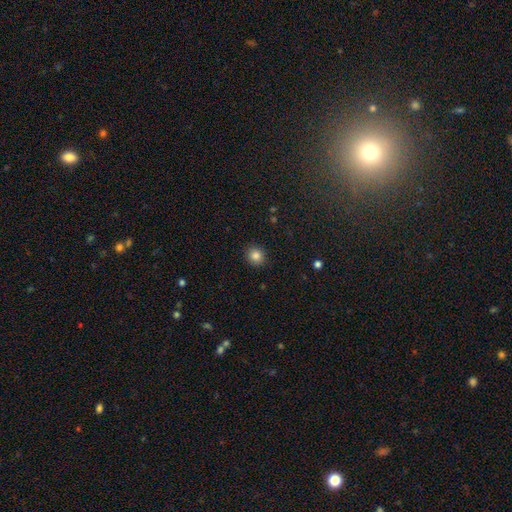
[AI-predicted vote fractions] A smooth galaxy with no disk features (84%) that is round (87%). Merging: none (91%).